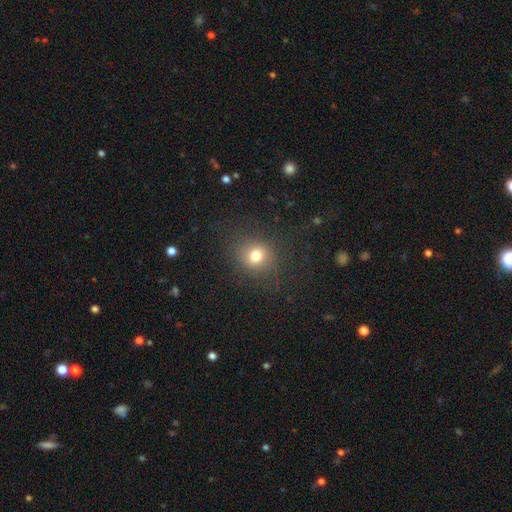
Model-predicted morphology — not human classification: type=smooth (75%); roundness=round (80%); merging=none (83%).